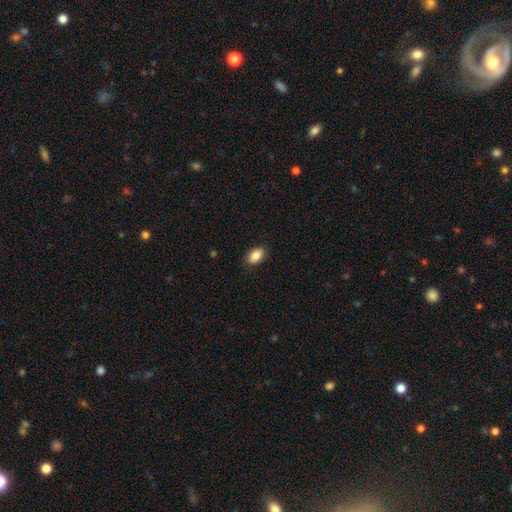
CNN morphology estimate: This is clearly a smooth galaxy (87%). How rounded: clearly in between (90%). Merging: clearly none (86%).